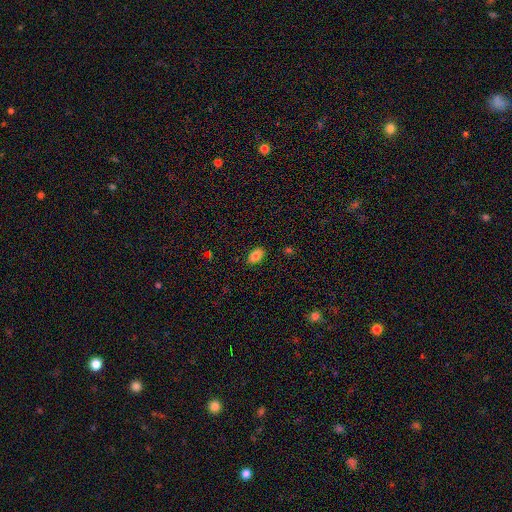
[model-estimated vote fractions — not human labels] The model was most divided on "smooth or featured": smooth: 84%, star or artifact: 8%, featured or disk: 7%. More confident: how rounded — in between (91%); merging — none (87%).